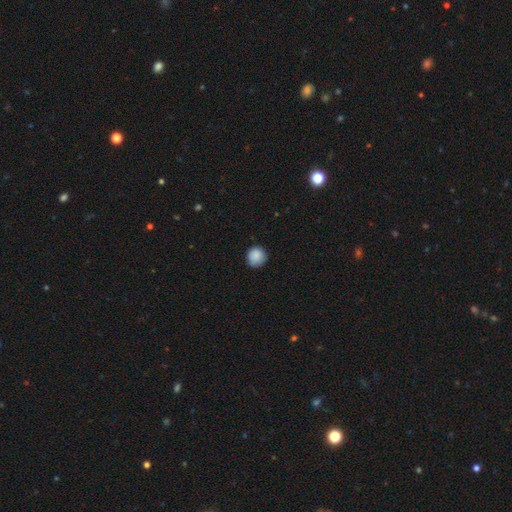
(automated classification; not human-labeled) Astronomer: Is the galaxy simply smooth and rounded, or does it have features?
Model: smooth — 87%.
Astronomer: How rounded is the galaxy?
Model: round — 91%.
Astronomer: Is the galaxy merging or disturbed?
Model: none — 82%.